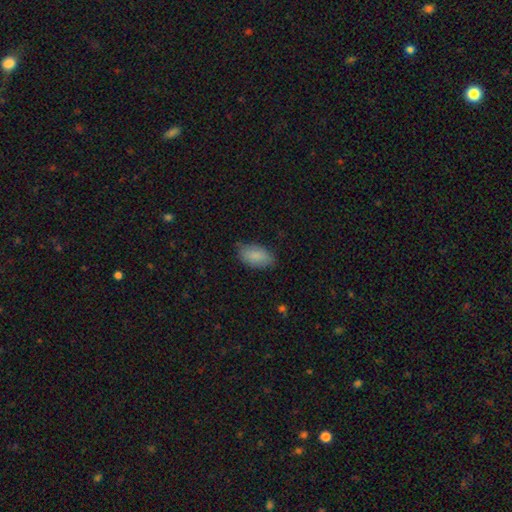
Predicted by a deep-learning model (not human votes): smooth 86%, featured or disk 8%, star or artifact 6%. Down the decision tree: how rounded — in between (93%); merging — none (75%).